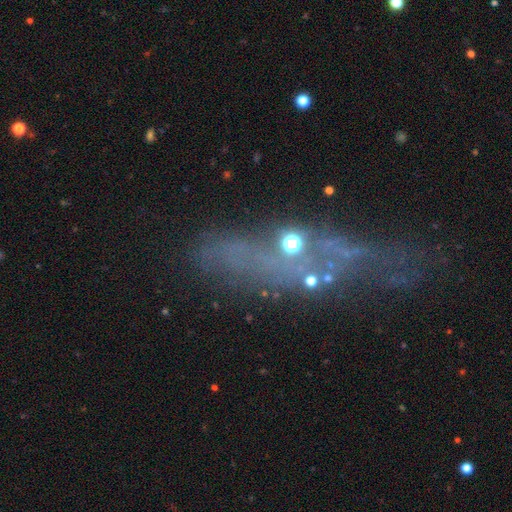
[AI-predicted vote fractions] Smooth or featured: featured or disk — 36% (tied with star or artifact — 36%)
Merging: none — 50% (major disturbance — 21%)